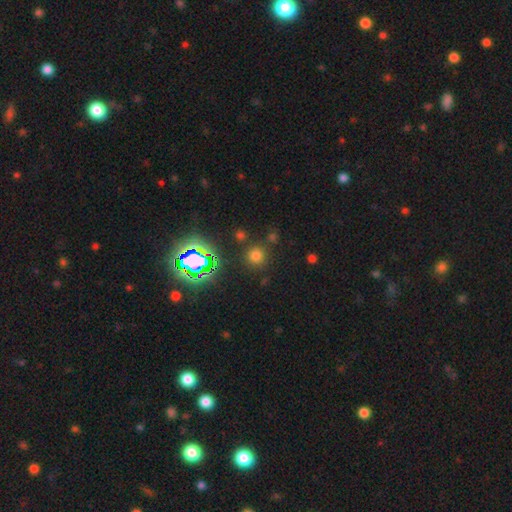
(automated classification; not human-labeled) This appears to be a smooth galaxy with no disk features (64%) that is round (92%). Merging: none (84%).